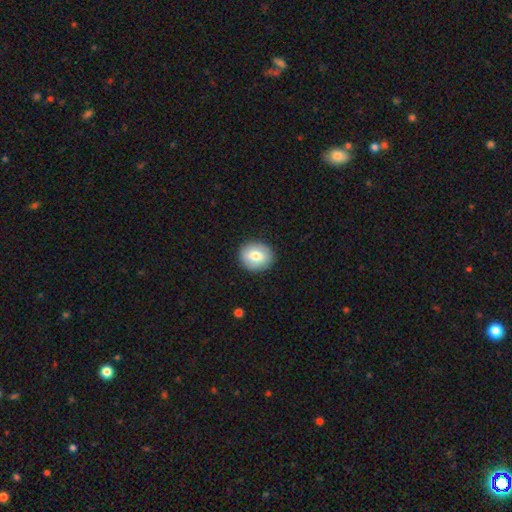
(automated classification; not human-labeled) A smooth galaxy with no disk features (74%) that is round (71%).

Vote fractions:
- Smooth or featured? smooth: 74% / featured or disk: 19% / star or artifact: 7%
- How rounded? round: 71% / in between: 28% / cigar-shaped: 1%
- Merging? none: 89% / minor disturbance: 8% / major disturbance: 2% / merger: 1%